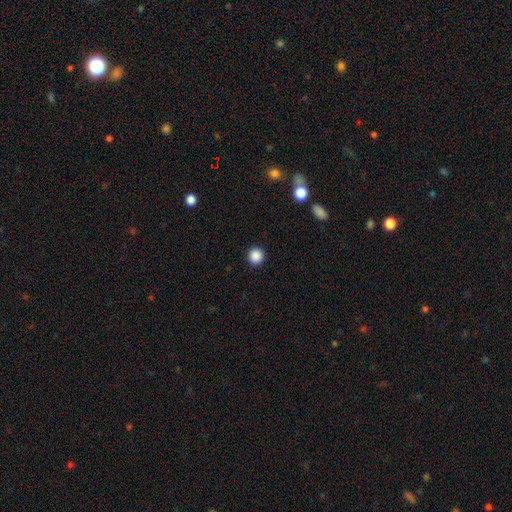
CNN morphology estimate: Smooth or featured? Predicted: smooth (p=0.88). How rounded? Predicted: round (p=0.94). Merging? Predicted: none (p=0.93).